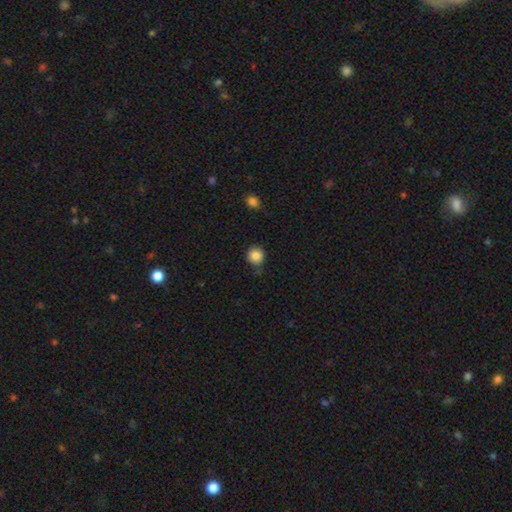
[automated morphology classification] type=smooth (86%); roundness=round (92%); merging=none (81%).